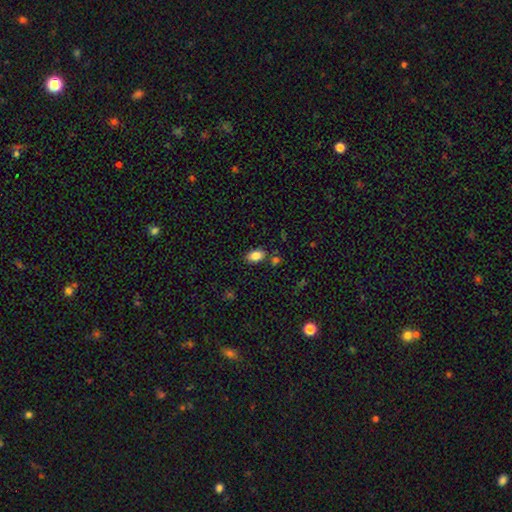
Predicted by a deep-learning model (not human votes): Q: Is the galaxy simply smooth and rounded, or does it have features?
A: smooth — 86%.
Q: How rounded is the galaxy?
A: in between — 91%.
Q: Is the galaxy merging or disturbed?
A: none — 79%.